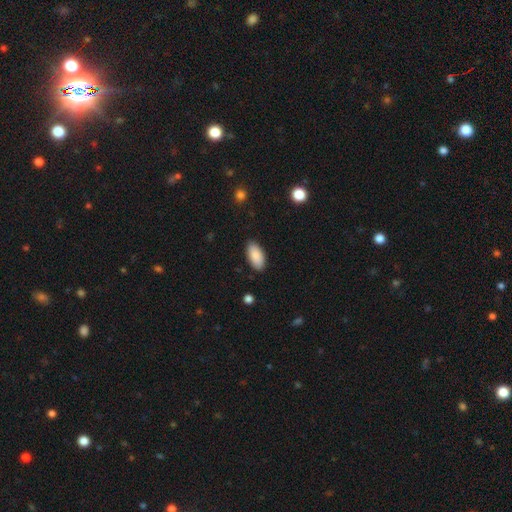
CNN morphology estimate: Smooth or featured? Predicted: smooth (p=0.89). How rounded? Predicted: in between (p=0.93). Merging? Predicted: none (p=0.87).